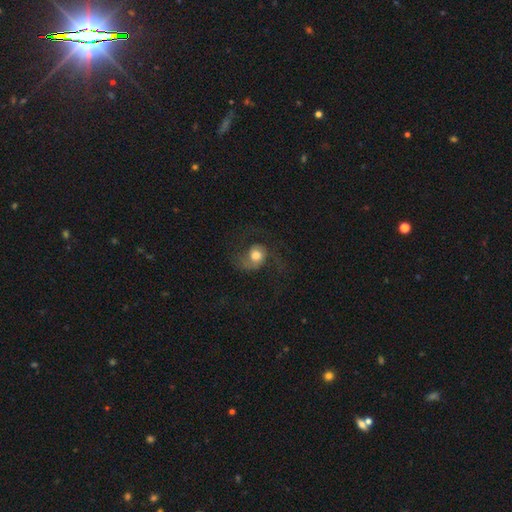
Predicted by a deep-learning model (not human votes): smooth-or-featured: featured or disk: 47% | smooth: 43% | star or artifact: 9%
  merging: none: 44% | major disturbance: 35% | minor disturbance: 19% | merger: 2%